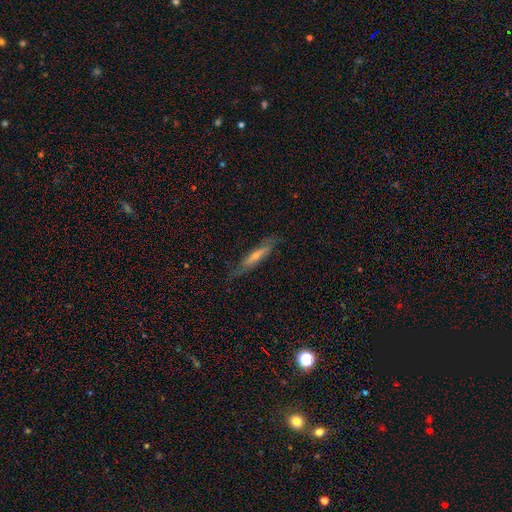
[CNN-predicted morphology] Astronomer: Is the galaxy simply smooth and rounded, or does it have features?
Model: featured or disk — 58% (runner-up: smooth, 34%).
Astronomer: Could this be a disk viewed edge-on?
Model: yes — 68%.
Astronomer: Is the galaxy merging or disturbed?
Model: none — 76%.